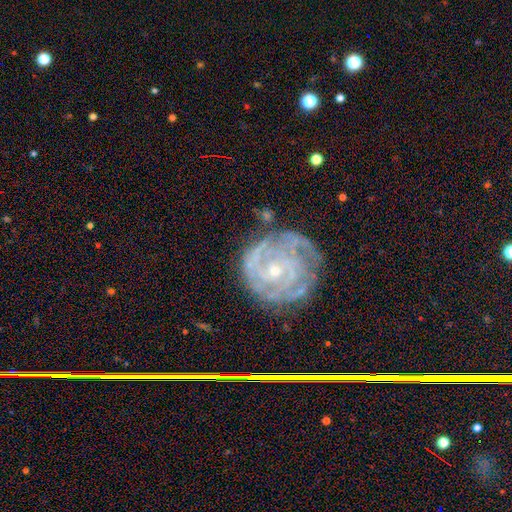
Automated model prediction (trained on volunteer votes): Smooth or featured? featured or disk (85%)
Edge-on disk? no (98%)
Bar? no (72%)
Spiral arms? yes (91%)
Spiral winding? tight (71%)
Spiral arm count? can't tell (36%)
Bulge size? small (61%)
Merging? none (66%)